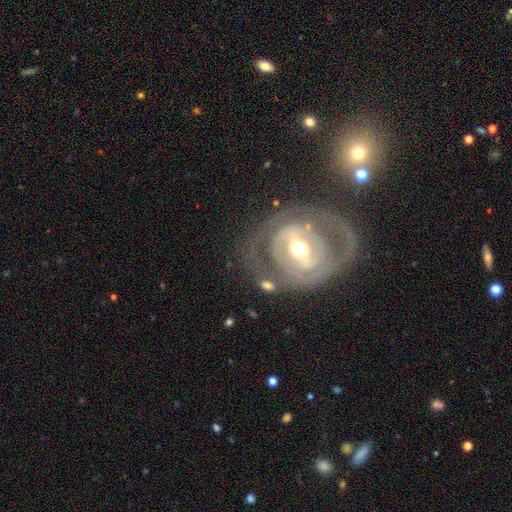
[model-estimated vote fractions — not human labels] featured or disk 83%, smooth 11%, star or artifact 7%. Down the decision tree: edge-on disk — no (95%); bar — strong (46%); spiral arms — yes (72%); spiral arm count — 2 (49%); spiral winding — tight (56%); bulge size — moderate (61%); merging — none (62%).